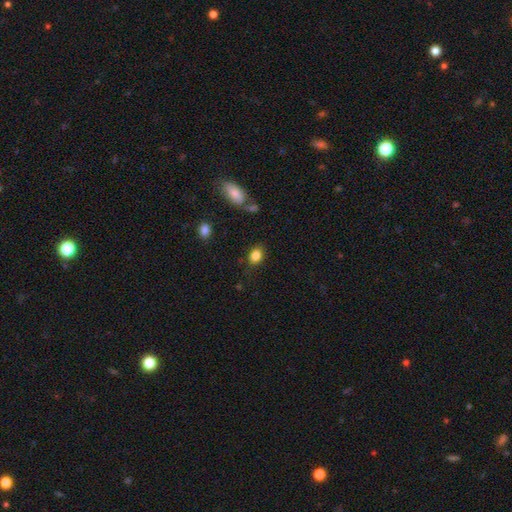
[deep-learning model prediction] smooth 84%, star or artifact 10%, featured or disk 6%. Down the decision tree: how rounded — in between (67%); merging — none (79%).